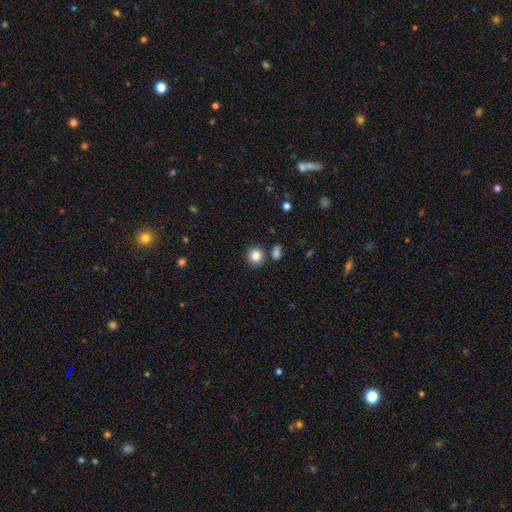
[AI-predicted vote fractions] Smooth or featured: smooth — 85% (star or artifact — 10%)
How rounded: round — 90% (in between — 9%)
Merging: none — 82% (minor disturbance — 8%)